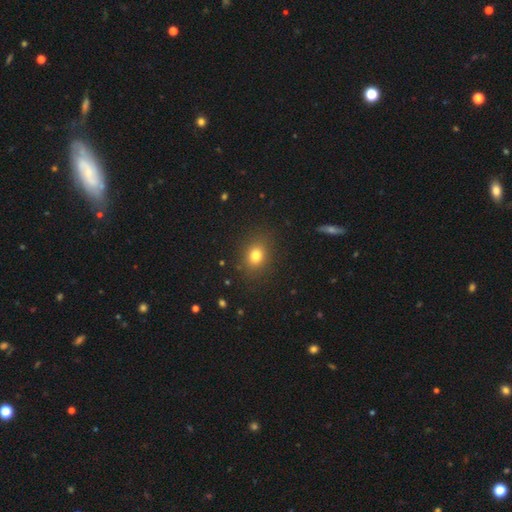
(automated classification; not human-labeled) Smooth or featured: smooth — 78% (star or artifact — 14%)
How rounded: round — 55% (in between — 44%)
Merging: none — 86% (minor disturbance — 10%)